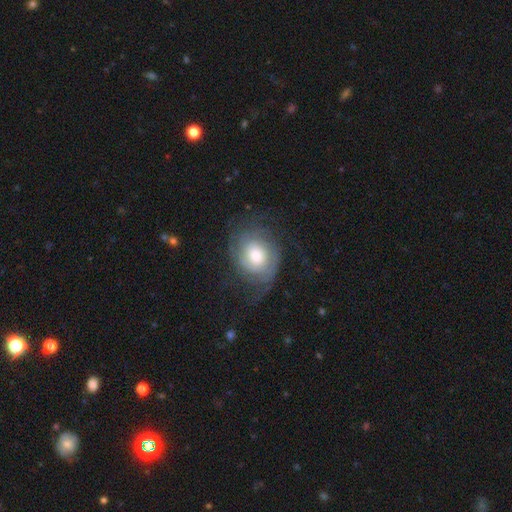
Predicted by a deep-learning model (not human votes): This appears to be a featured or disk galaxy (75%) with no bar (73%), 2 (43%) tight (50%) spiral arms (92%) and a moderate central bulge (50%). Merging: none (62%).